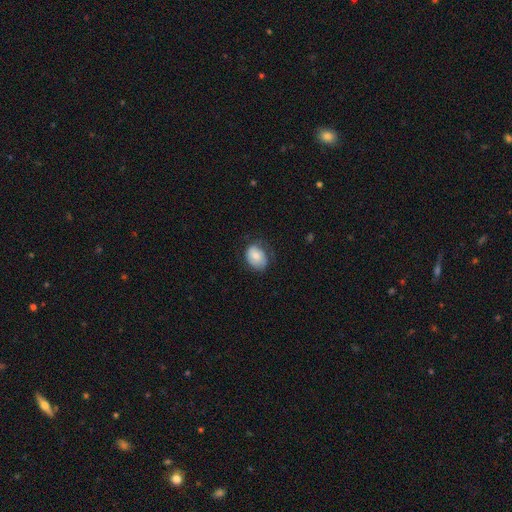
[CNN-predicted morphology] This is likely a smooth galaxy (71%). How rounded: likely in between (68%). Merging: likely none (60%).